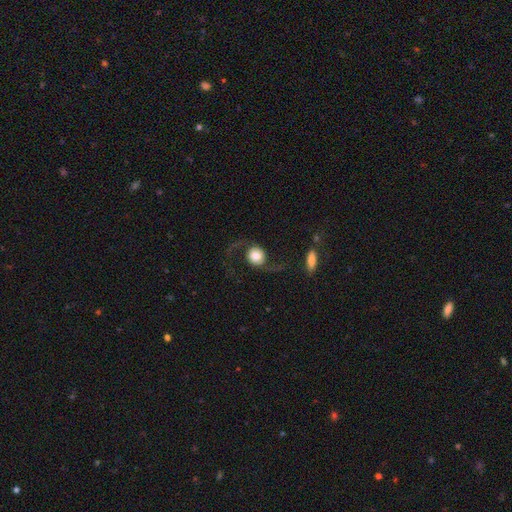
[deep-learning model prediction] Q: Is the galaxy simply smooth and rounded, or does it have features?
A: featured or disk — 61%.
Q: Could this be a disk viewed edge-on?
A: no — 95%.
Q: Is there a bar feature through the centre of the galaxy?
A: no — 75%.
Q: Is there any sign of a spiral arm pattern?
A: yes — 90%.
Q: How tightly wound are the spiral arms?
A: loose — 85%.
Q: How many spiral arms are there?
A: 2 — 88%.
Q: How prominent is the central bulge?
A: large — 39%.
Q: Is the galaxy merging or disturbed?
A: none — 60%.